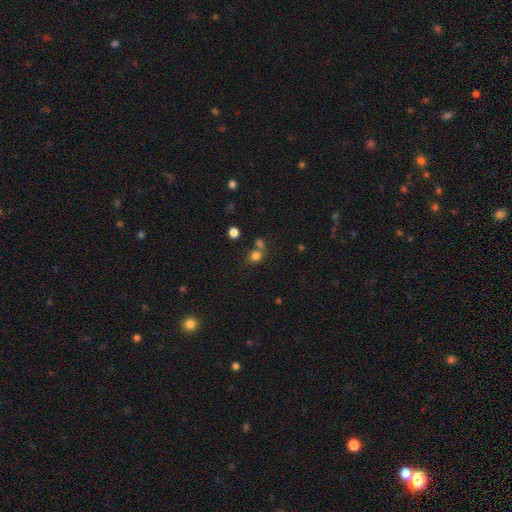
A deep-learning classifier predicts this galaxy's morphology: Smooth or featured?
  - smooth: 76% *
  - star or artifact: 16%
  - featured or disk: 8%
How rounded?
  - round: 81% *
  - in between: 18%
  - cigar-shaped: 1%
Merging?
  - none: 53% *
  - merger: 31%
  - minor disturbance: 10%
  - major disturbance: 5%